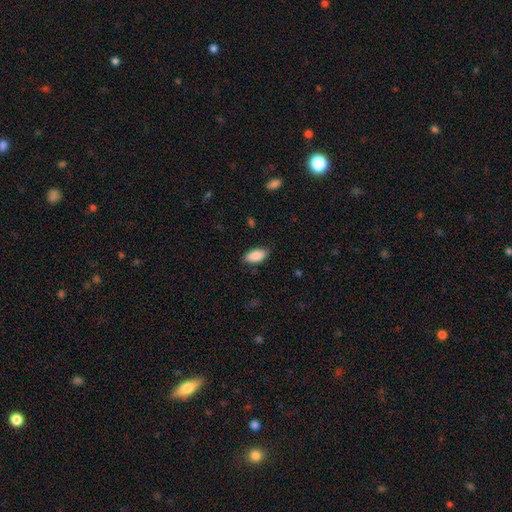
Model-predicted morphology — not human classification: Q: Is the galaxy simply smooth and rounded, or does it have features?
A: smooth — 89%.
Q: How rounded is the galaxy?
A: in between — 90%.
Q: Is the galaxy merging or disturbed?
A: none — 85%.